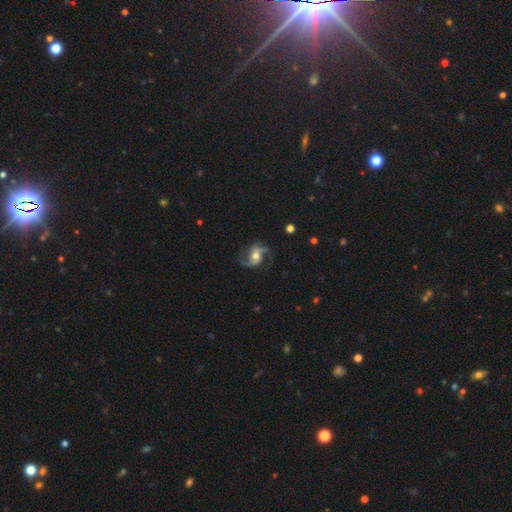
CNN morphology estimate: Q: Smooth or featured?
A: featured or disk (87%); runner-up: smooth (7%)
Q: Edge-on disk?
A: no (97%); runner-up: yes (3%)
Q: Bar?
A: no (50%); runner-up: weak (33%)
Q: Spiral arms?
A: yes (97%); runner-up: no (3%)
Q: Spiral winding?
A: loose (50%); runner-up: medium (41%)
Q: Spiral arm count?
A: 2 (87%); runner-up: 3 (6%)
Q: Bulge size?
A: moderate (68%); runner-up: small (19%)
Q: Merging?
A: none (75%); runner-up: minor disturbance (15%)